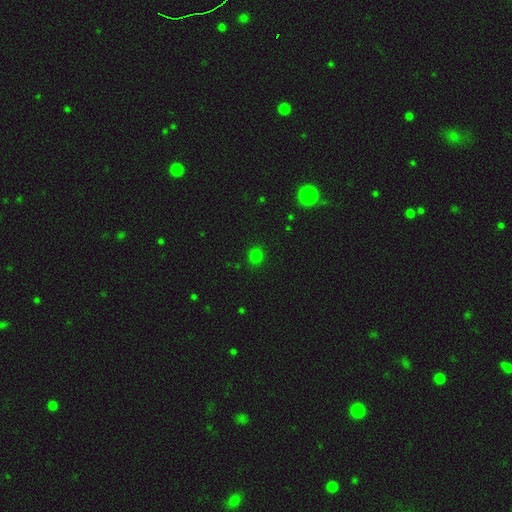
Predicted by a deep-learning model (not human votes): A smooth galaxy with no disk features (78%) that is round (84%). Merging: none (90%).